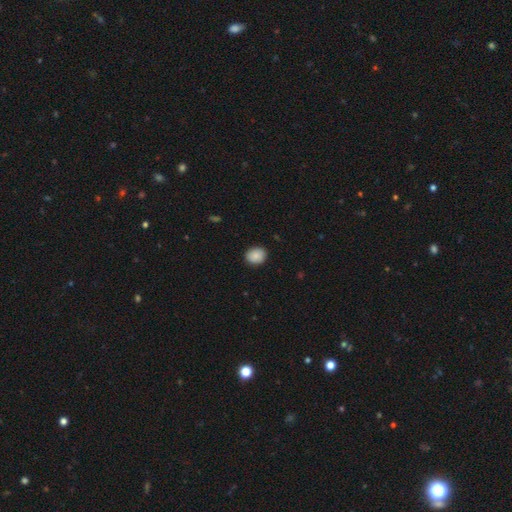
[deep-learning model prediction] A smooth galaxy with no disk features (88%) that is round (61%).

Vote fractions:
- Smooth or featured? smooth: 88% / star or artifact: 7% / featured or disk: 5%
- How rounded? round: 61% / in between: 38% / cigar-shaped: 1%
- Merging? none: 89% / minor disturbance: 9% / major disturbance: 2% / merger: 1%